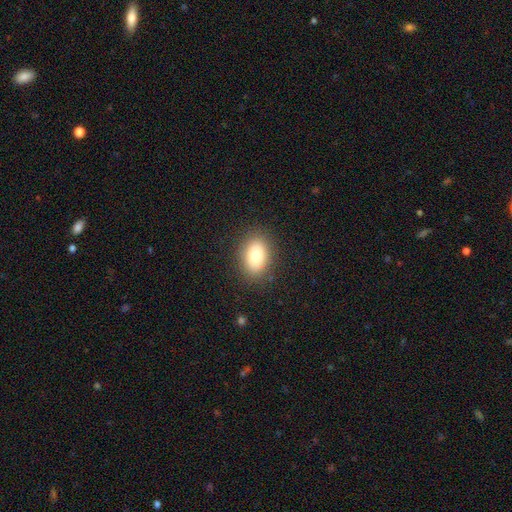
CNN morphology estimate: smooth_or_featured: smooth (p=0.79) [alt: featured or disk p=0.12]
how_rounded: in between (p=0.81) [alt: round p=0.18]
merging: none (p=0.86) [alt: minor disturbance p=0.10]